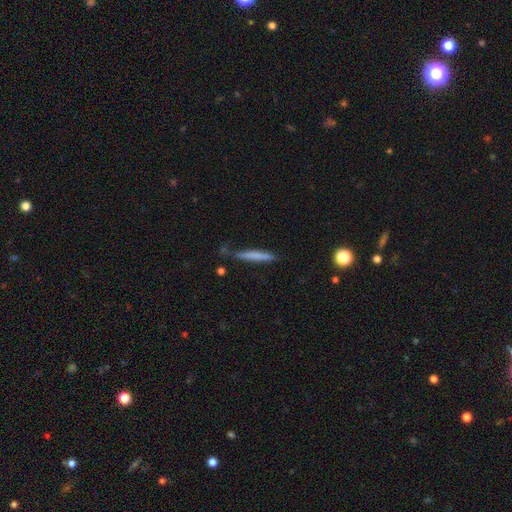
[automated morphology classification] Q: Smooth or featured?
A: smooth (68%); runner-up: featured or disk (25%)
Q: How rounded?
A: cigar-shaped (95%); runner-up: in between (3%)
Q: Merging?
A: none (76%); runner-up: minor disturbance (16%)